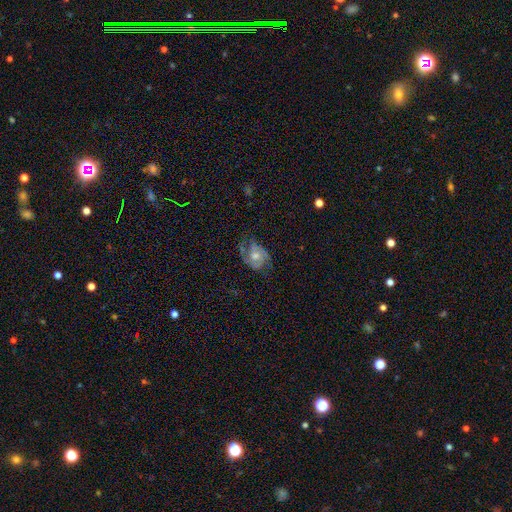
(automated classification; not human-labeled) Smooth or featured?
  - featured or disk: 80% *
  - smooth: 12%
  - star or artifact: 8%
Edge-on disk?
  - no: 97% *
  - yes: 3%
Bar?
  - no: 68% *
  - weak: 26%
  - strong: 6%
Spiral arms?
  - yes: 94% *
  - no: 6%
Spiral winding?
  - medium: 47% *
  - tight: 38%
  - loose: 15%
Spiral arm count?
  - 2: 68% *
  - 3: 13%
  - can't tell: 11%
  - 1: 4%
  - 4: 3%
  - more than 4: 2%
Bulge size?
  - moderate: 63% *
  - small: 29%
  - large: 5%
  - none: 2%
  - dominant: 1%
Merging?
  - none: 66% *
  - minor disturbance: 20%
  - major disturbance: 12%
  - merger: 2%